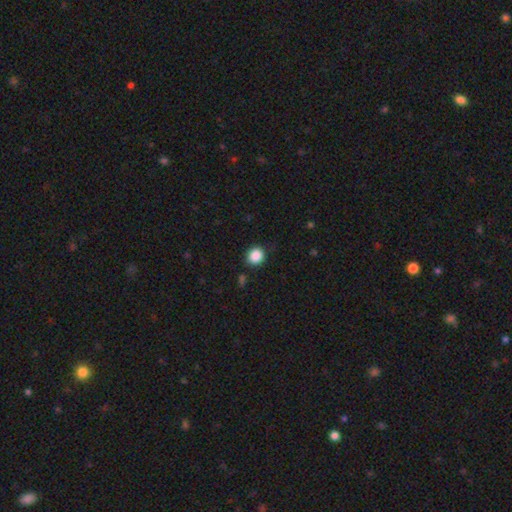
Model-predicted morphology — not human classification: smooth_or_featured: smooth (p=0.87) [alt: star or artifact p=0.09]
how_rounded: round (p=0.77) [alt: in between p=0.22]
merging: none (p=0.83) [alt: minor disturbance p=0.11]